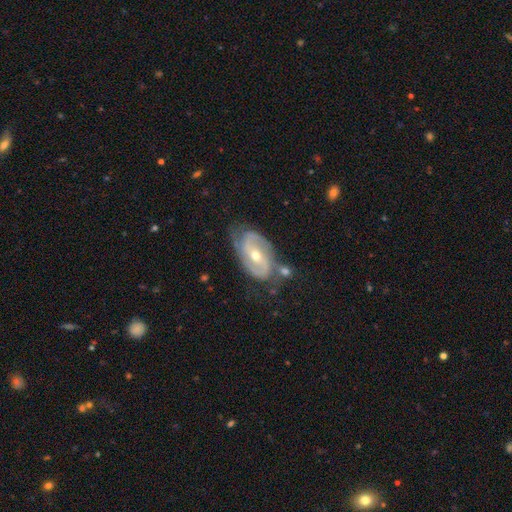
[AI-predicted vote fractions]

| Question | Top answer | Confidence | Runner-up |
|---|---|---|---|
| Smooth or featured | featured or disk | 86% | smooth (9%) |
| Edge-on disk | no | 96% | yes (4%) |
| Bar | weak | 40% | no (34%) |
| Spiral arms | yes | 94% | no (6%) |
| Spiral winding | medium | 45% | tight (38%) |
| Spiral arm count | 2 | 77% | can't tell (10%) |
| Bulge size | moderate | 51% | small (47%) |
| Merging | none | 61% | minor disturbance (22%) |